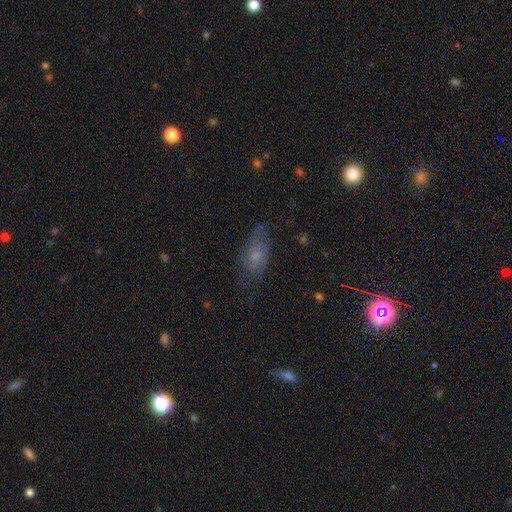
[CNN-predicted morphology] Smooth or featured: smooth — 57% (featured or disk — 32%)
How rounded: in between — 85% (cigar-shaped — 9%)
Merging: none — 58% (minor disturbance — 27%)